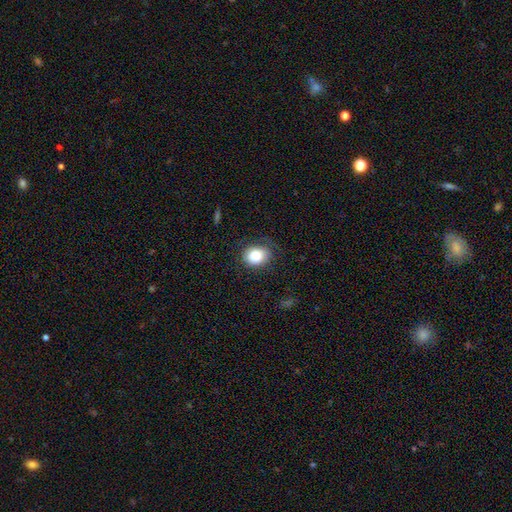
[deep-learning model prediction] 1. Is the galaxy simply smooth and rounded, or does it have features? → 82% smooth, 9% featured or disk, 8% star or artifact.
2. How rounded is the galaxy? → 52% round, 47% in between, 1% cigar-shaped.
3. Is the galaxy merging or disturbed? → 69% none, 21% minor disturbance, 9% major disturbance, 1% merger.